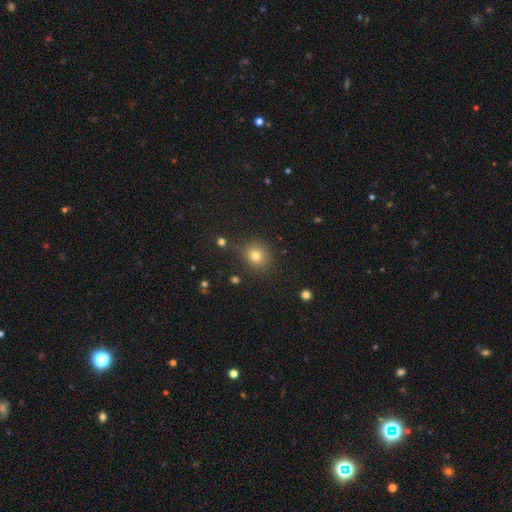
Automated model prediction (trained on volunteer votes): smooth_or_featured: smooth (p=0.78) [alt: star or artifact p=0.15]
how_rounded: round (p=0.83) [alt: in between p=0.16]
merging: none (p=0.82) [alt: minor disturbance p=0.11]